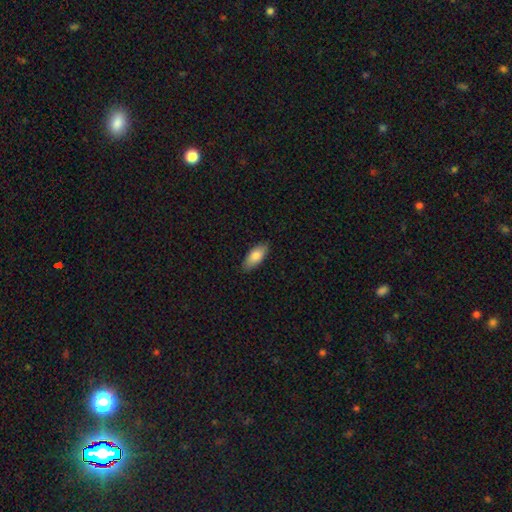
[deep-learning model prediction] Smooth or featured: smooth — 81% (featured or disk — 13%)
How rounded: in between — 85% (cigar-shaped — 13%)
Merging: none — 87% (minor disturbance — 10%)